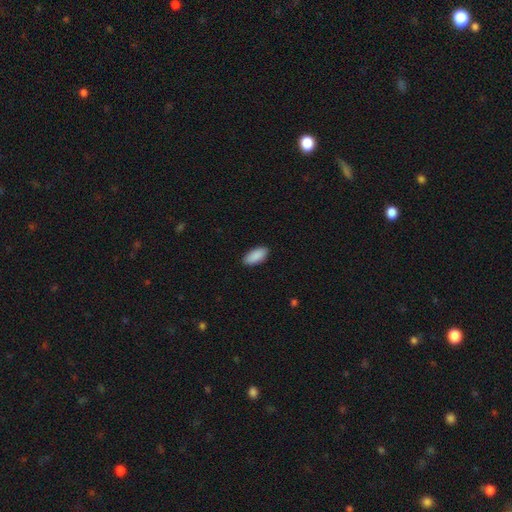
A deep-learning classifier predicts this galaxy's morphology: Smooth or featured? smooth (91%)
How rounded? in between (92%)
Merging? none (89%)